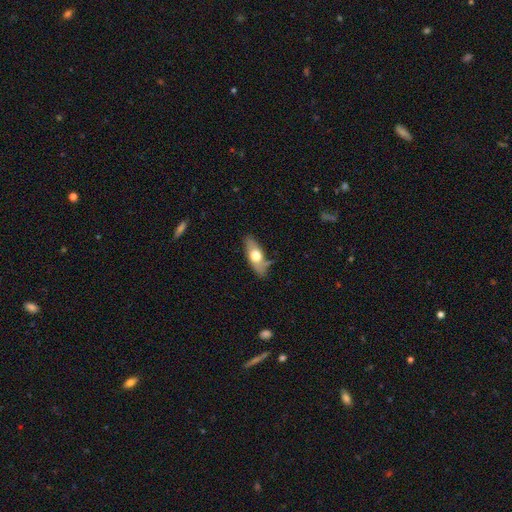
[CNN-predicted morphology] smooth 55%, featured or disk 39%, star or artifact 6%. Down the decision tree: how rounded — in between (70%); merging — none (70%).